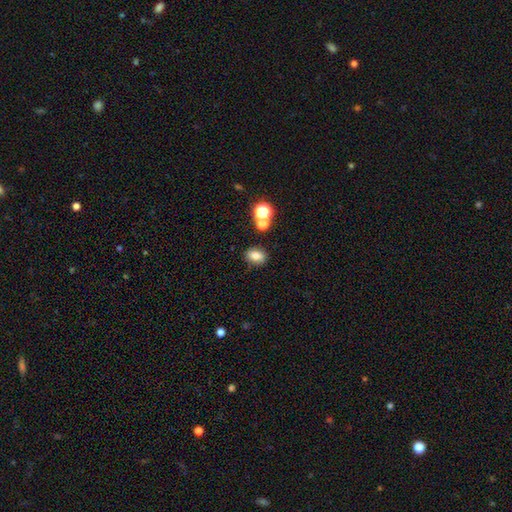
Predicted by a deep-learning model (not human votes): smooth_or_featured: smooth (p=0.78) [alt: star or artifact p=0.13]
how_rounded: in between (p=0.68) [alt: round p=0.30]
merging: none (p=0.78) [alt: minor disturbance p=0.11]